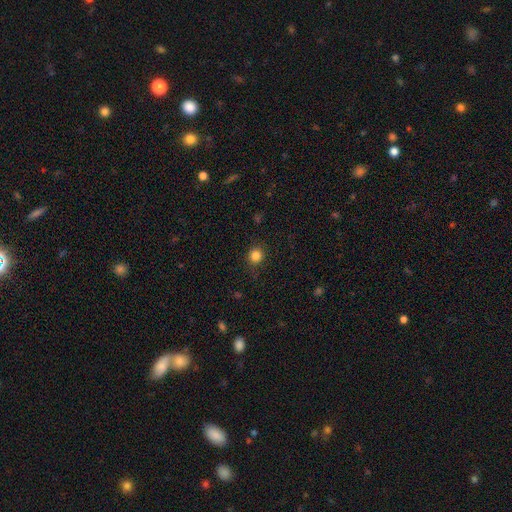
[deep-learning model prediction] The model was most divided on "smooth or featured": smooth: 84%, star or artifact: 12%, featured or disk: 4%. More confident: how rounded — round (91%); merging — none (86%).